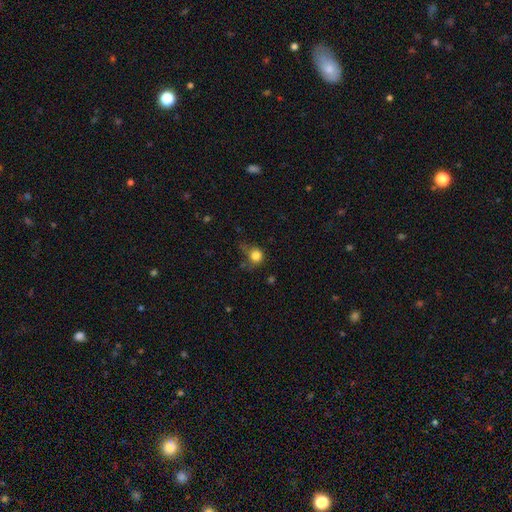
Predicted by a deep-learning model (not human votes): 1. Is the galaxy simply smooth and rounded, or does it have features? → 81% smooth, 11% star or artifact, 7% featured or disk.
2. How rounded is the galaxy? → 83% round, 16% in between, 1% cigar-shaped.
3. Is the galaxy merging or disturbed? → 48% none, 30% minor disturbance, 17% major disturbance, 5% merger.